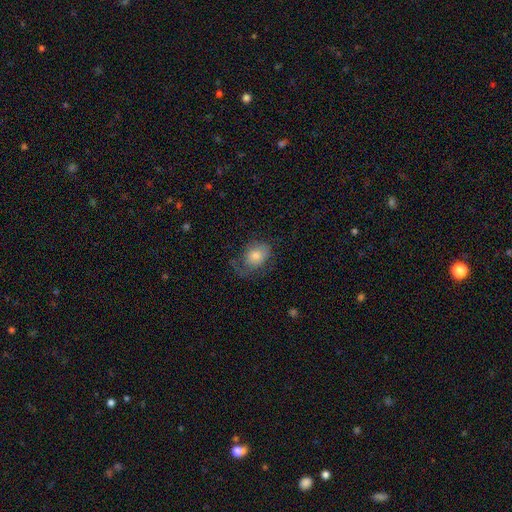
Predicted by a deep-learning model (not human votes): smooth_or_featured: smooth (p=0.61) [alt: featured or disk p=0.31]
how_rounded: in between (p=0.64) [alt: round p=0.35]
merging: none (p=0.47) [alt: major disturbance p=0.26]